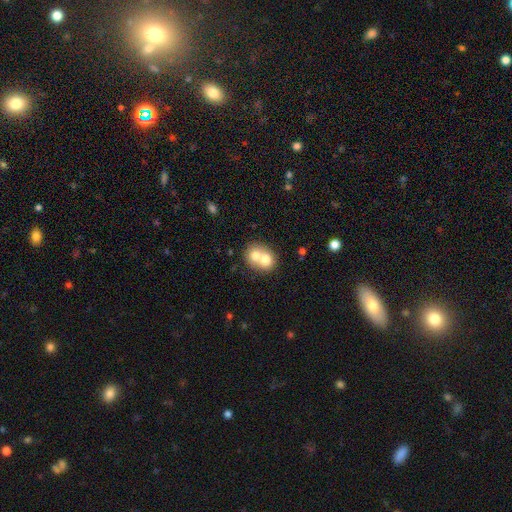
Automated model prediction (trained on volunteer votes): Q: Smooth or featured?
A: smooth (68%); runner-up: featured or disk (24%)
Q: How rounded?
A: round (68%); runner-up: in between (32%)
Q: Merging?
A: merger (71%); runner-up: none (22%)